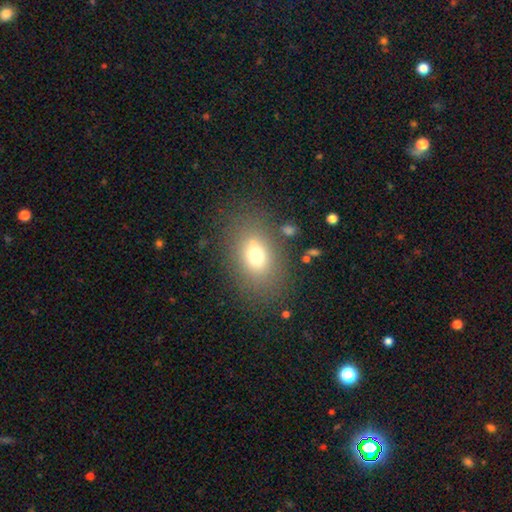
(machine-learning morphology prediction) A smooth galaxy with no disk features (70%) that is in between round and cigar-shaped (67%).

Vote fractions:
- Smooth or featured? smooth: 70% / featured or disk: 15% / star or artifact: 15%
- How rounded? in between: 67% / round: 31% / cigar-shaped: 1%
- Merging? none: 76% / minor disturbance: 12% / major disturbance: 7% / merger: 5%